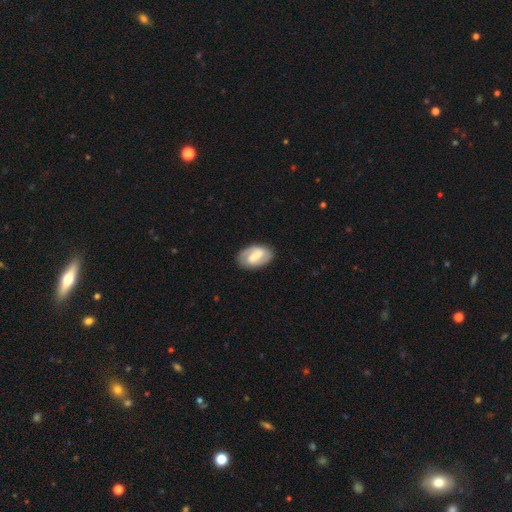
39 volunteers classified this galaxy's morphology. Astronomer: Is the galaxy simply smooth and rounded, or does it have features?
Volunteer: featured or disk — 79%.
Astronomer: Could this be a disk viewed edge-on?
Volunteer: no — 100%.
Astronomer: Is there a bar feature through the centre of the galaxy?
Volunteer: strong — 48%, tied with weak at 48%.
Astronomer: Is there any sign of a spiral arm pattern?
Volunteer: yes — 81%.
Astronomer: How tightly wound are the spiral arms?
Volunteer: medium — 52% (runner-up: tight, 40%).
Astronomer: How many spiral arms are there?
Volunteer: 2 — 84%.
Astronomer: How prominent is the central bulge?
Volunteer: moderate — 42% (runner-up: small, 35%).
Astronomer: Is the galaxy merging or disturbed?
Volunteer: none — 92%.